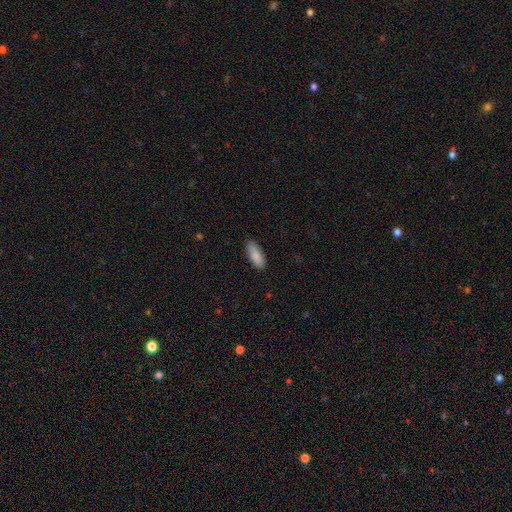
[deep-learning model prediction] Smooth or featured?
  - smooth: 88% *
  - featured or disk: 7%
  - star or artifact: 6%
How rounded?
  - in between: 66% *
  - cigar-shaped: 32%
  - round: 2%
Merging?
  - none: 86% *
  - minor disturbance: 11%
  - major disturbance: 2%
  - merger: 1%